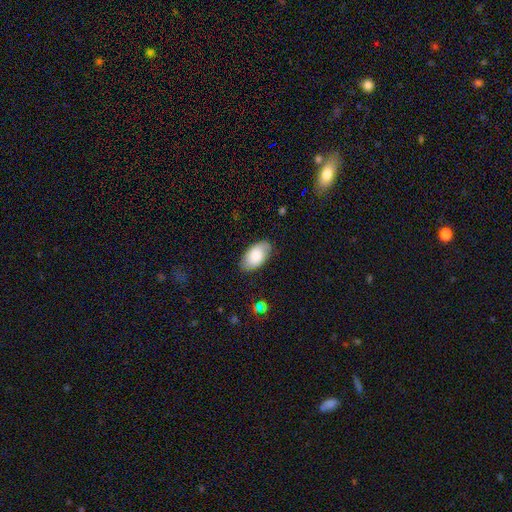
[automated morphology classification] A smooth galaxy with no disk features (77%) that is in between round and cigar-shaped (95%).

Vote fractions:
- Smooth or featured? smooth: 77% / featured or disk: 16% / star or artifact: 7%
- How rounded? in between: 95% / round: 4% / cigar-shaped: 1%
- Merging? none: 79% / minor disturbance: 17% / major disturbance: 3% / merger: 1%